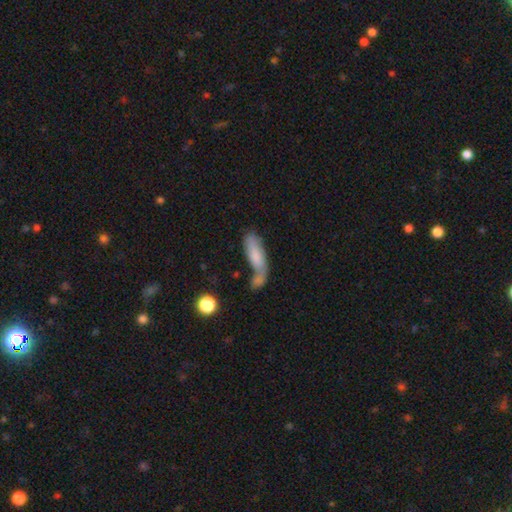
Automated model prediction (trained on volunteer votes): smooth 70%, featured or disk 22%, star or artifact 7%. Down the decision tree: how rounded — in between (57%); merging — merger (40%).